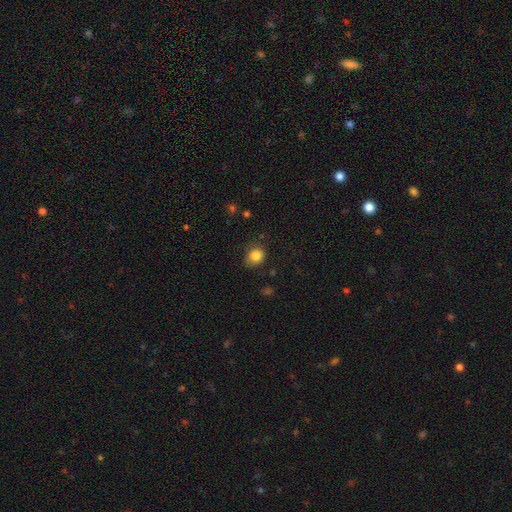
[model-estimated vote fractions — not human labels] A smooth galaxy with no disk features (84%) that is round (66%). Merging: none (74%).